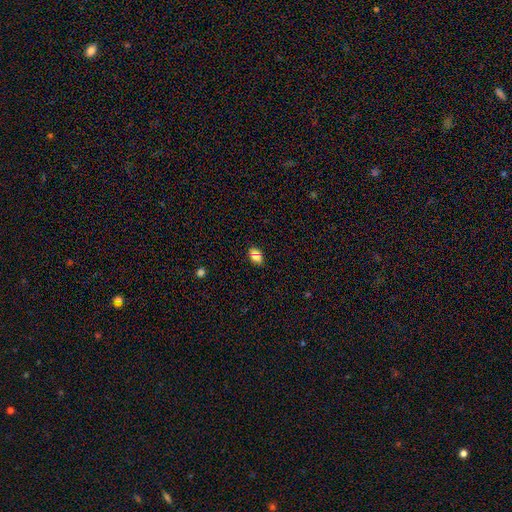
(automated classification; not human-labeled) A smooth galaxy with no disk features (81%) that is in between round and cigar-shaped (85%).

Vote fractions:
- Smooth or featured? smooth: 81% / star or artifact: 10% / featured or disk: 9%
- How rounded? in between: 85% / round: 13% / cigar-shaped: 2%
- Merging? none: 82% / minor disturbance: 13% / major disturbance: 2% / merger: 2%